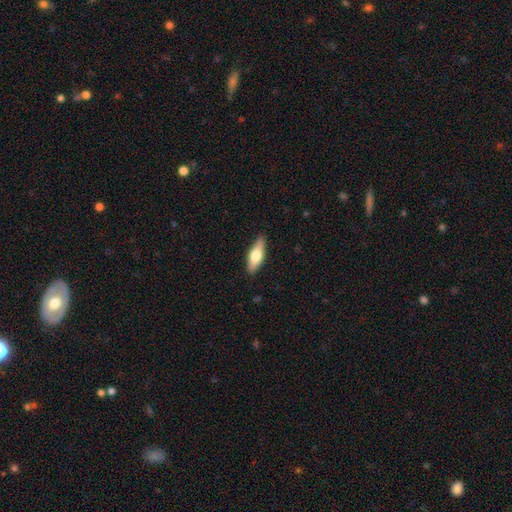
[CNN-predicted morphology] This appears to be a smooth galaxy with no disk features (59%) that is in between round and cigar-shaped (59%). Merging: none (88%).